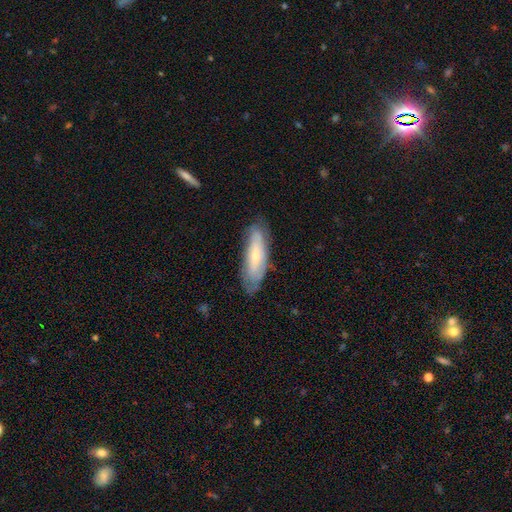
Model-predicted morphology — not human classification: This is possibly a featured or disk galaxy (50%). Merging: likely none (76%).